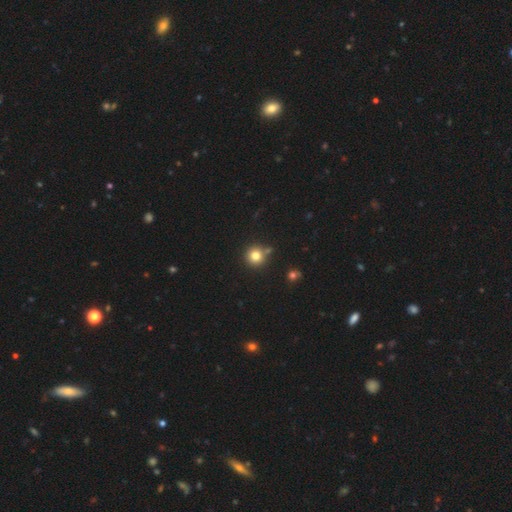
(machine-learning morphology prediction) Smooth or featured? smooth (79%)
How rounded? round (94%)
Merging? none (78%)